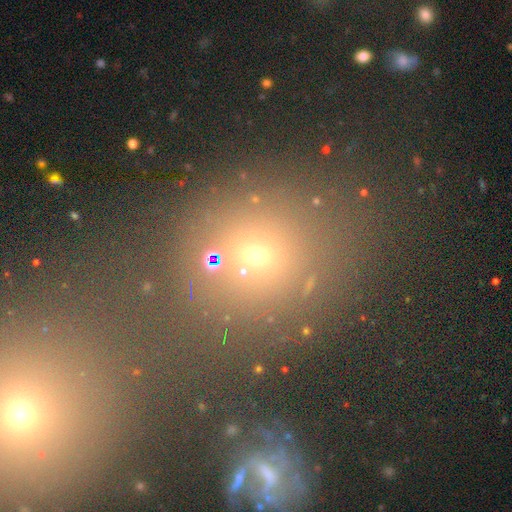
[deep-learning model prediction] smooth 59%, star or artifact 29%, featured or disk 13%. Down the decision tree: how rounded — round (68%); merging — none (67%).